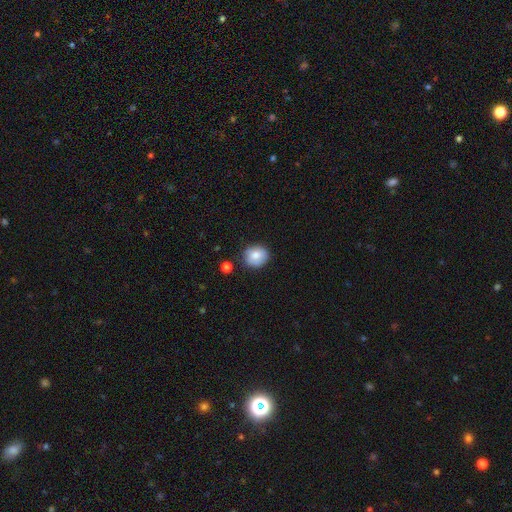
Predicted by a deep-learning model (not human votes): smooth 77%, featured or disk 14%, star or artifact 8%. Down the decision tree: how rounded — round (79%); merging — none (81%).